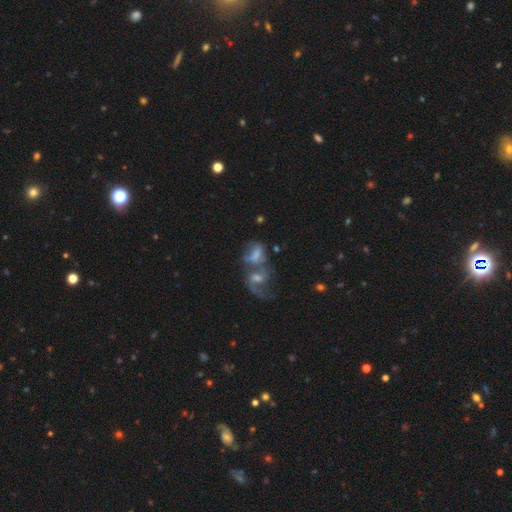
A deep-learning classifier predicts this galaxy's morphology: A featured or disk galaxy (60%) with no bar (43%), spiral arms (77%) and a moderate central bulge (40%).

Vote fractions:
- Smooth or featured? featured or disk: 60% / smooth: 25% / star or artifact: 15%
- Edge-on disk? no: 95% / yes: 5%
- Bar? no: 43% / weak: 42% / strong: 15%
- Spiral arms? yes: 77% / no: 23%
- Bulge size? moderate: 40% / small: 35% / none: 15% / large: 7% / dominant: 2%
- Merging? merger: 69% / none: 15% / major disturbance: 9% / minor disturbance: 6%